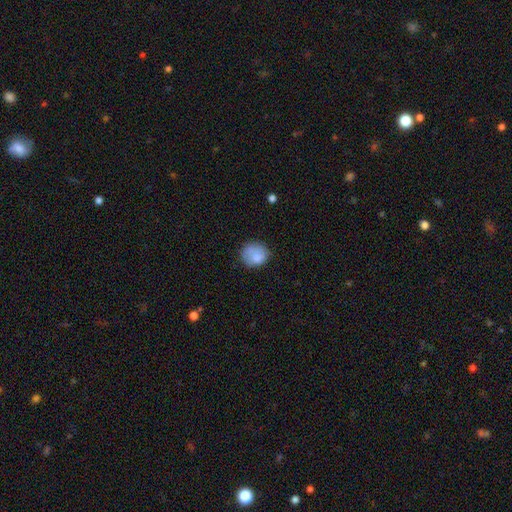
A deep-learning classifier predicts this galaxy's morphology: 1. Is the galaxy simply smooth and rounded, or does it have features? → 82% smooth, 10% featured or disk, 8% star or artifact.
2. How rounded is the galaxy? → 76% round, 23% in between, 1% cigar-shaped.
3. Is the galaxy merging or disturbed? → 66% none, 23% minor disturbance, 8% major disturbance, 3% merger.